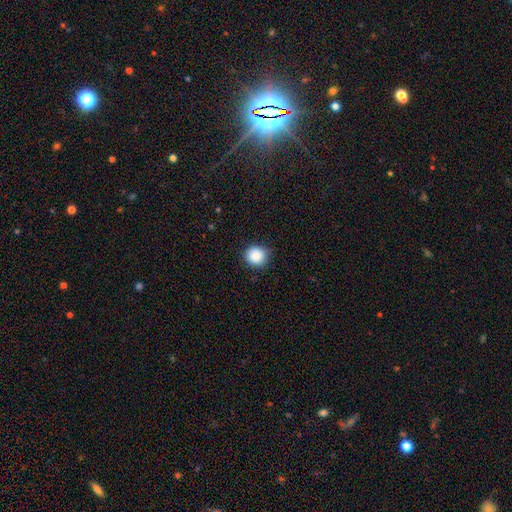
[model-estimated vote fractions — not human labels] Smooth or featured? smooth (88%)
How rounded? round (89%)
Merging? none (84%)